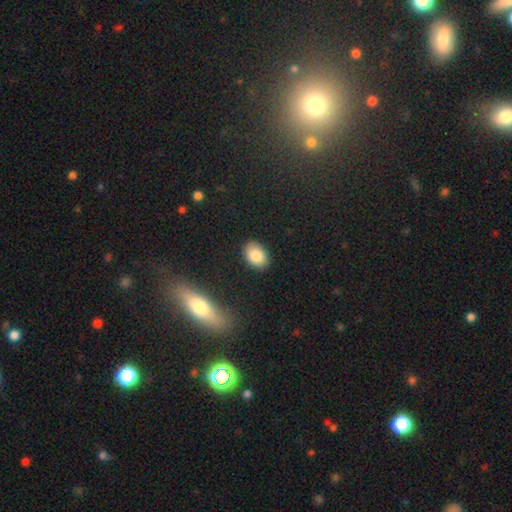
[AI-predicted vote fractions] smooth 85%, star or artifact 8%, featured or disk 7%. Down the decision tree: how rounded — in between (83%); merging — none (88%).